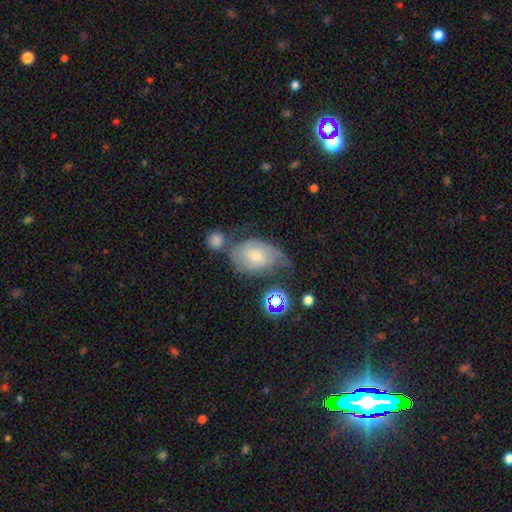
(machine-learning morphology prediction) Q: Smooth or featured?
A: featured or disk (55%); runner-up: smooth (33%)
Q: Edge-on disk?
A: no (95%); runner-up: yes (5%)
Q: Bar?
A: no (64%); runner-up: weak (30%)
Q: Spiral arms?
A: yes (80%); runner-up: no (20%)
Q: Bulge size?
A: small (52%); runner-up: moderate (39%)
Q: Merging?
A: none (32%); runner-up: minor disturbance (25%)